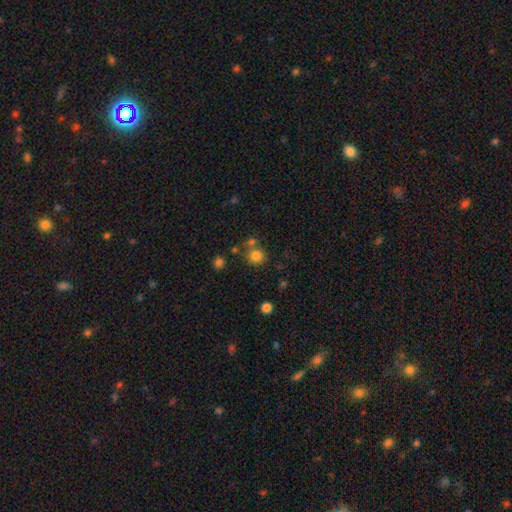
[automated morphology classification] Smooth or featured? Predicted: smooth (p=0.80). How rounded? Predicted: round (p=0.87). Merging? Predicted: none (p=0.70).